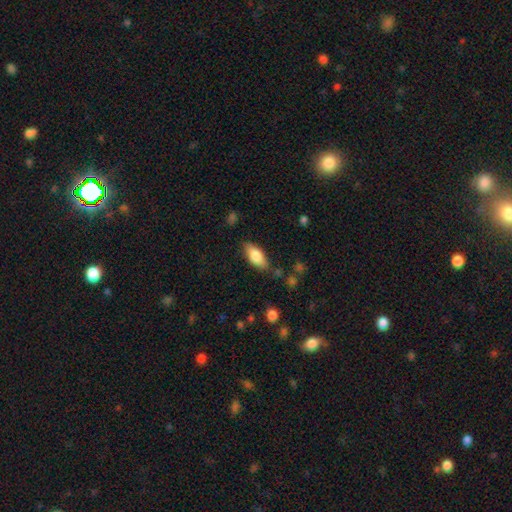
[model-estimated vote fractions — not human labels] A smooth galaxy with no disk features (80%) that is in between round and cigar-shaped (84%). Merging: none (80%).